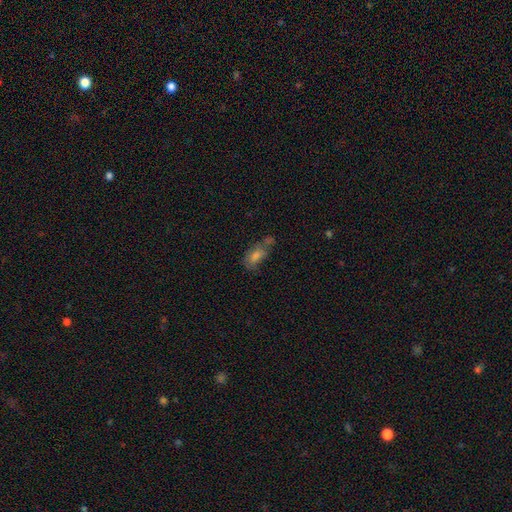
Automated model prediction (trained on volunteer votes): smooth_or_featured: smooth (p=0.61) [alt: featured or disk p=0.24]
how_rounded: in between (p=0.82) [alt: cigar-shaped p=0.10]
merging: none (p=0.43) [alt: merger p=0.25]